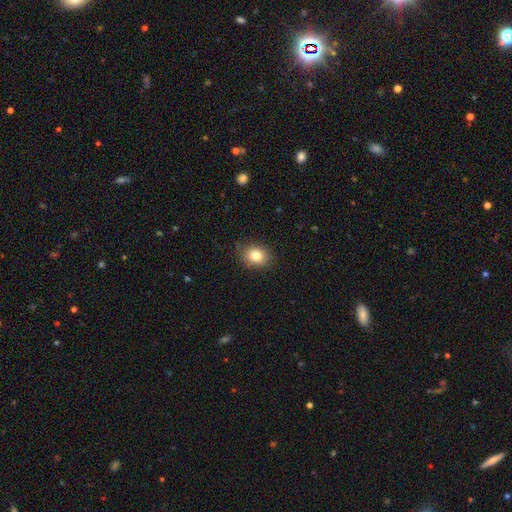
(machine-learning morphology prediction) type=smooth (81%); roundness=in between (50%); merging=none (84%).